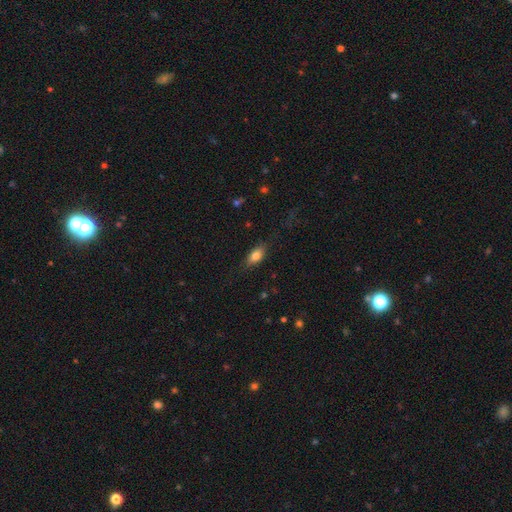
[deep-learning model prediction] Morphology: type=smooth (78%); roundness=in between (84%); merging=none (76%).